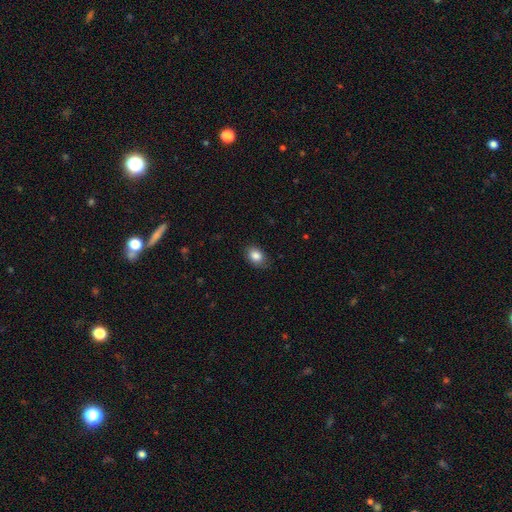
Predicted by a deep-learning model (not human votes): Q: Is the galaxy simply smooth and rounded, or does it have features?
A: smooth — 86%.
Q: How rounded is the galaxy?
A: in between — 72%.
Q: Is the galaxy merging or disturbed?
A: none — 83%.